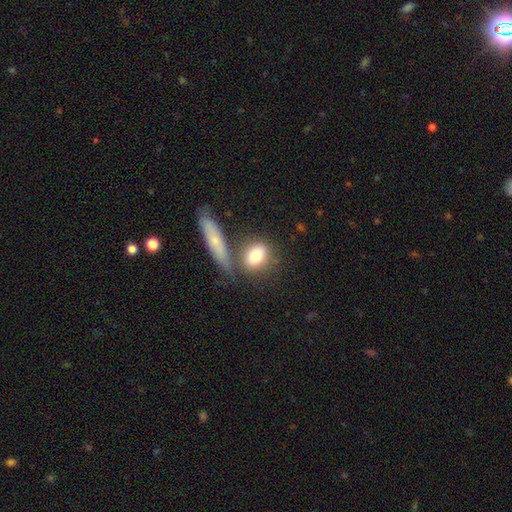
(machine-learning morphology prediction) Q: Smooth or featured?
A: smooth (79%); runner-up: featured or disk (13%)
Q: How rounded?
A: in between (53%); runner-up: round (40%)
Q: Merging?
A: none (64%); runner-up: merger (18%)